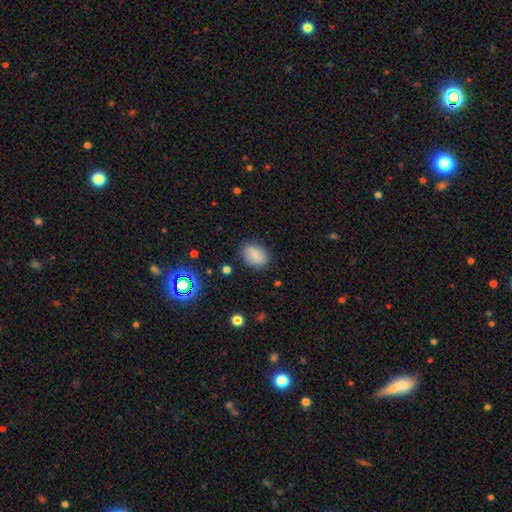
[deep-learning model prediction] A smooth galaxy with no disk features (83%) that is in between round and cigar-shaped (75%). Merging: none (83%).